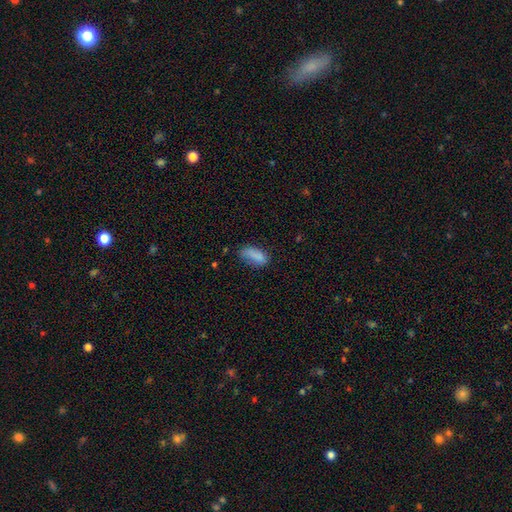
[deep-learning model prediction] This appears to be a smooth galaxy with no disk features (83%) that is in between round and cigar-shaped (85%). Merging: none (59%).